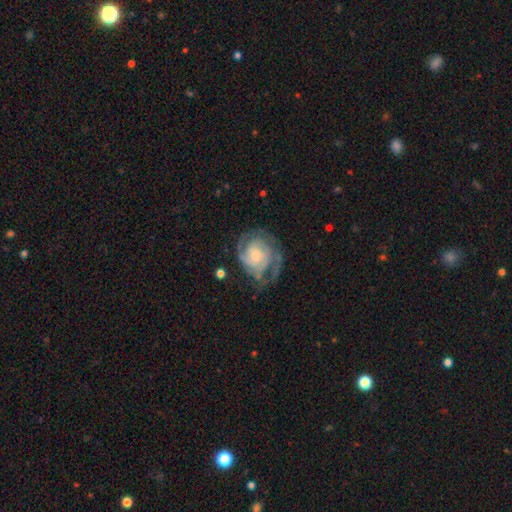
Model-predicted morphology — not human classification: Smooth or featured? featured or disk (80%)
Edge-on disk? no (98%)
Bar? no (73%)
Spiral arms? yes (91%)
Spiral winding? tight (58%)
Spiral arm count? 2 (34%)
Bulge size? moderate (51%)
Merging? none (56%)